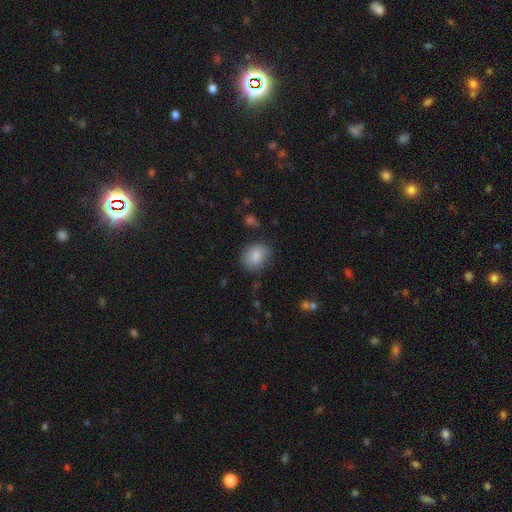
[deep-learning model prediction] smooth 84%, featured or disk 8%, star or artifact 8%. Down the decision tree: how rounded — in between (57%); merging — none (78%).